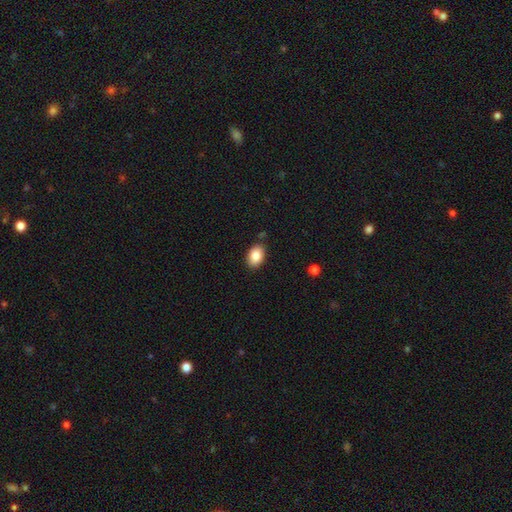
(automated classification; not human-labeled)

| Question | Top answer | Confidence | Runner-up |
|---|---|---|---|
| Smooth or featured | smooth | 87% | star or artifact (7%) |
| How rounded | in between | 84% | round (15%) |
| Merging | none | 85% | minor disturbance (11%) |